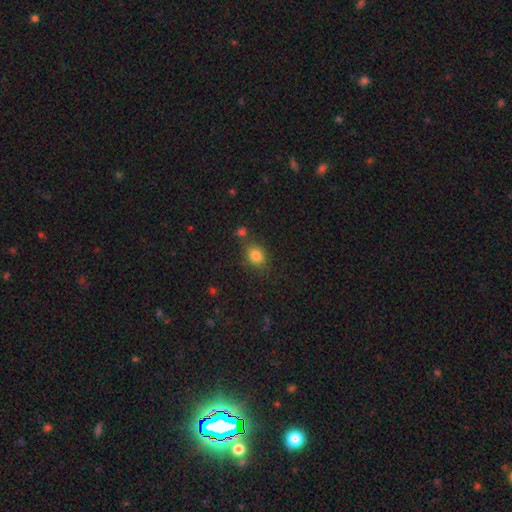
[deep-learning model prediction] Smooth or featured? smooth (82%)
How rounded? in between (51%)
Merging? none (73%)